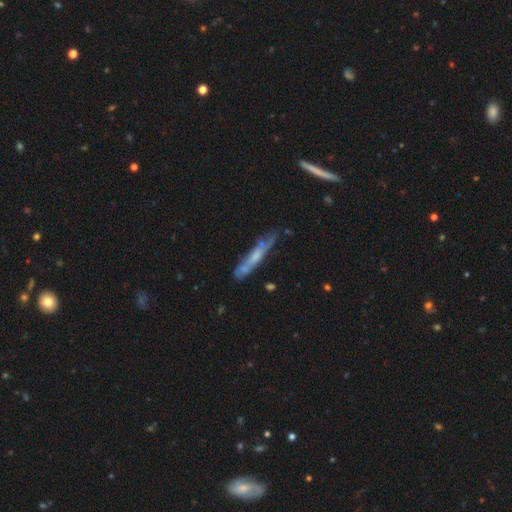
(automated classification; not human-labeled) The model was most divided on "smooth or featured": featured or disk: 52%, smooth: 41%, star or artifact: 7%. More confident: edge-on disk — yes (70%); merging — none (59%).